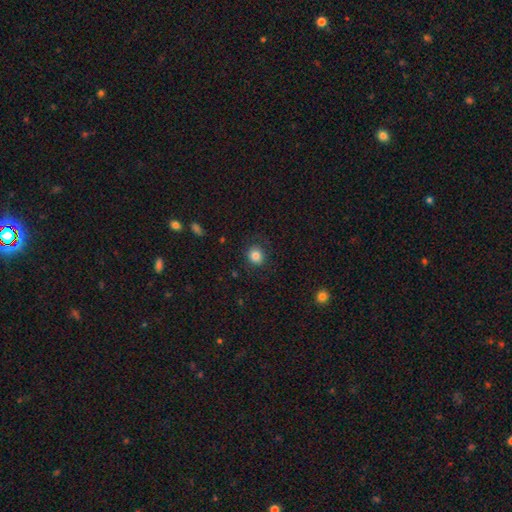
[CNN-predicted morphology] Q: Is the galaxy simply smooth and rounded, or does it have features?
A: smooth — 83%.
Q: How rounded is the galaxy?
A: round — 78%.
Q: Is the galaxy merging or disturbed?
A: none — 83%.